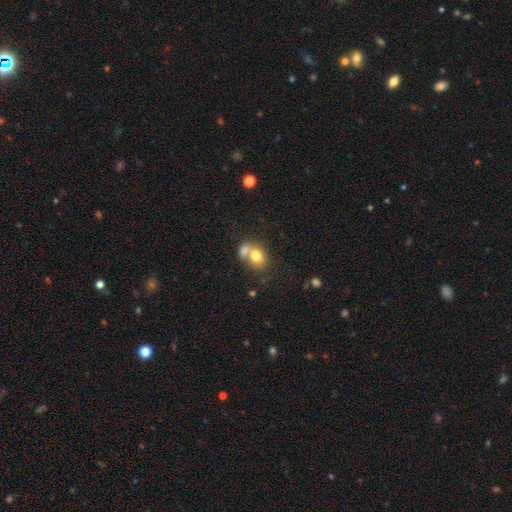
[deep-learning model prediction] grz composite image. It shows a smooth galaxy with no disk features (75%) that is in between round and cigar-shaped (53%). Merging: merger (55%).